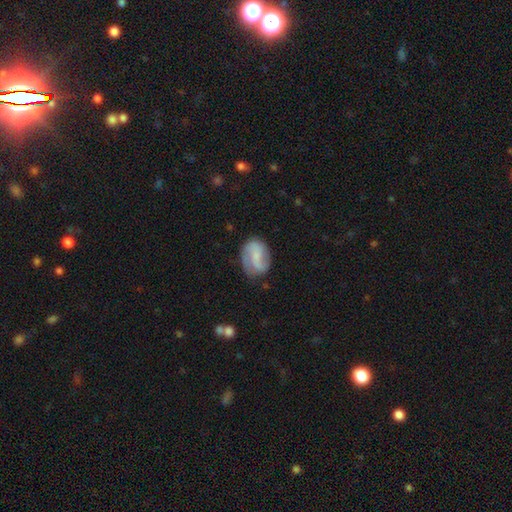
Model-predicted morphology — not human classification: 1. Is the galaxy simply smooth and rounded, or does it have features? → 56% featured or disk, 37% smooth, 7% star or artifact.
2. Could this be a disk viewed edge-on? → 97% no, 3% yes.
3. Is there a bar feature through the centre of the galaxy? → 42% weak, 41% no, 17% strong.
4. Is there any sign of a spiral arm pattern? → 87% yes, 13% no.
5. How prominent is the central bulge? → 44% none, 33% small, 18% moderate, 5% large, 2% dominant.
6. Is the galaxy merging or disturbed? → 65% none, 23% minor disturbance, 10% major disturbance, 2% merger.